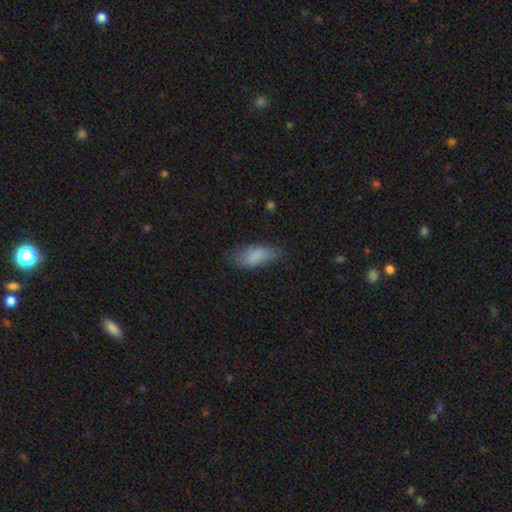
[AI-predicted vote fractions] A smooth galaxy with no disk features (82%) that is in between round and cigar-shaped (83%).

Vote fractions:
- Smooth or featured? smooth: 82% / featured or disk: 10% / star or artifact: 7%
- How rounded? in between: 83% / cigar-shaped: 14% / round: 2%
- Merging? none: 64% / minor disturbance: 27% / major disturbance: 8% / merger: 2%